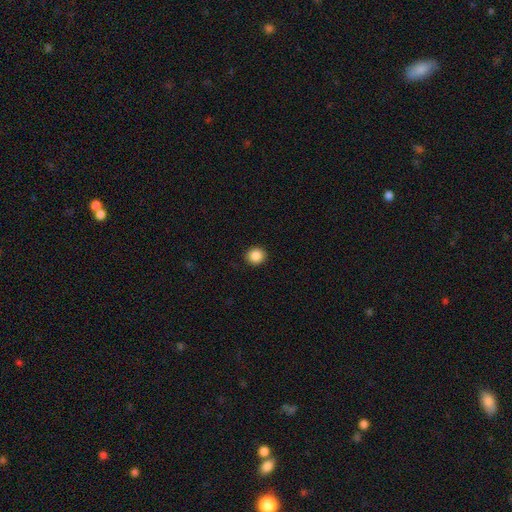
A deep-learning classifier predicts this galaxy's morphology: Overall: smooth (87%). How rounded: round (90%). Merging: none (92%).